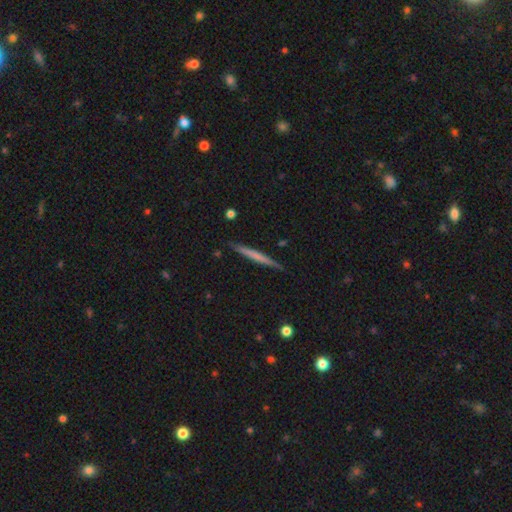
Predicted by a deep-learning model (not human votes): The model was most divided on "smooth or featured": smooth: 51%, featured or disk: 44%, star or artifact: 5%. More confident: how rounded — cigar-shaped (96%); merging — none (90%).